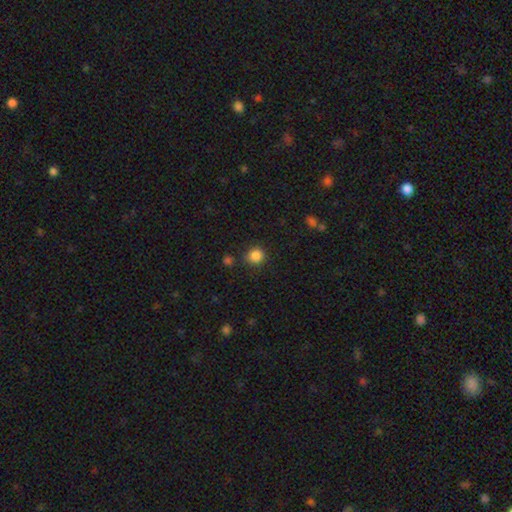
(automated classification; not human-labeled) smooth-or-featured: smooth: 86% | star or artifact: 11% | featured or disk: 3%
  how-rounded: round: 90% | in between: 9% | cigar-shaped: 1%
  merging: none: 84% | minor disturbance: 9% | merger: 3% | major disturbance: 3%